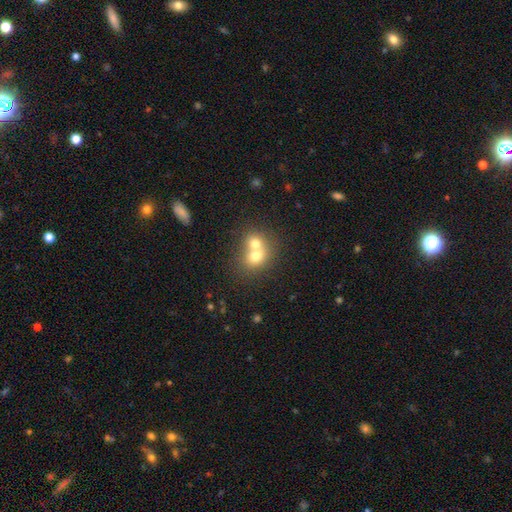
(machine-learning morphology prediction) smooth 69%, featured or disk 20%, star or artifact 11%. Down the decision tree: how rounded — round (66%); merging — merger (70%).